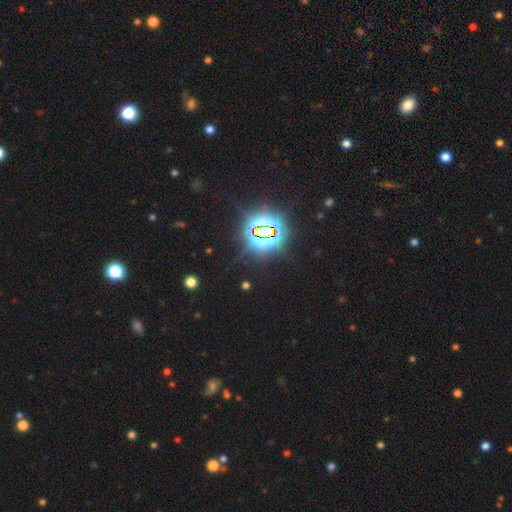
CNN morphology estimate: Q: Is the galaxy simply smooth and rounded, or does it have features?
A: star or artifact — 79%.